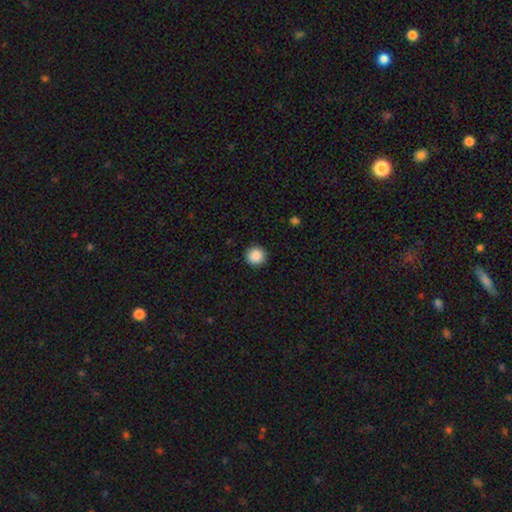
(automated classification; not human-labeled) Smooth or featured? smooth (88%)
How rounded? round (95%)
Merging? none (92%)